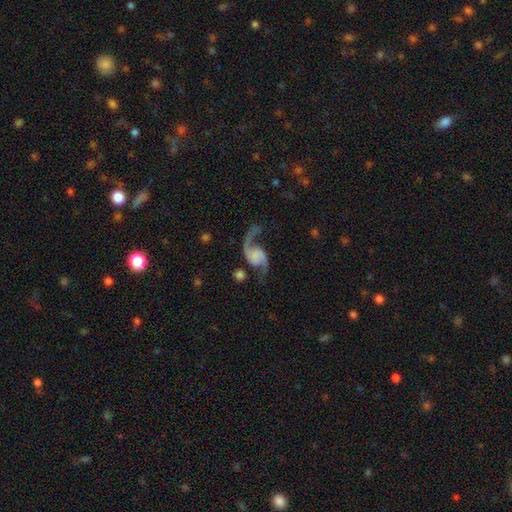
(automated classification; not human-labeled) Smooth or featured?
  - featured or disk: 88% *
  - smooth: 6%
  - star or artifact: 6%
Edge-on disk?
  - no: 98% *
  - yes: 2%
Bar?
  - no: 65% *
  - weak: 25%
  - strong: 10%
Spiral arms?
  - yes: 97% *
  - no: 3%
Spiral winding?
  - loose: 82% *
  - medium: 15%
  - tight: 3%
Spiral arm count?
  - 2: 93% *
  - 1: 3%
  - can't tell: 1%
  - 3: 1%
  - 4: 1%
  - more than 4: 1%
Bulge size?
  - none: 61% *
  - small: 16%
  - large: 9%
  - moderate: 8%
  - dominant: 6%
Merging?
  - none: 68% *
  - minor disturbance: 15%
  - major disturbance: 13%
  - merger: 4%